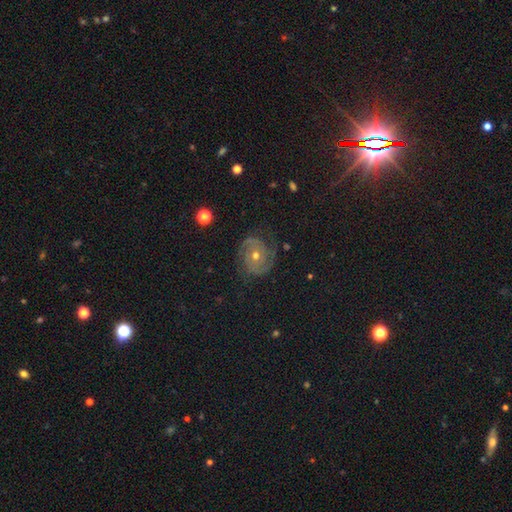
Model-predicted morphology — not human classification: smooth-or-featured: featured or disk: 79% | star or artifact: 11% | smooth: 9%
  disk-edge-on: no: 98% | yes: 2%
    bar: no: 77% | weak: 18% | strong: 5%
    has-spiral-arms: yes: 95% | no: 5%
      spiral-winding: tight: 61% | medium: 32% | loose: 8%
      spiral-arm-count: 2: 69% | can't tell: 12% | 3: 9% | 1: 4% | 4: 3% | more than 4: 3%
    bulge-size: moderate: 57% | small: 39% | large: 2% | none: 1% | dominant: 1%
  merging: none: 79% | minor disturbance: 14% | major disturbance: 6% | merger: 1%